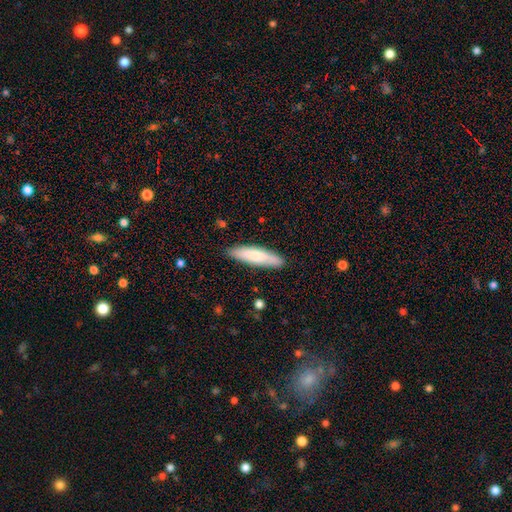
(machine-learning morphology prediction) smooth 75%, featured or disk 20%, star or artifact 5%. Down the decision tree: how rounded — cigar-shaped (75%); merging — none (86%).